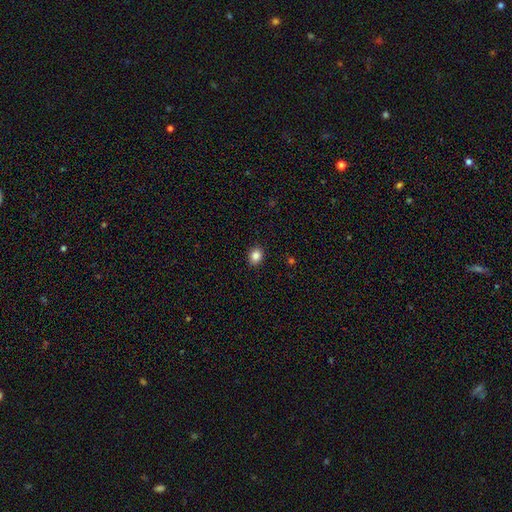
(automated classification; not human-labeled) Smooth or featured? Predicted: smooth (p=0.85). How rounded? Predicted: round (p=0.56). Merging? Predicted: none (p=0.90).